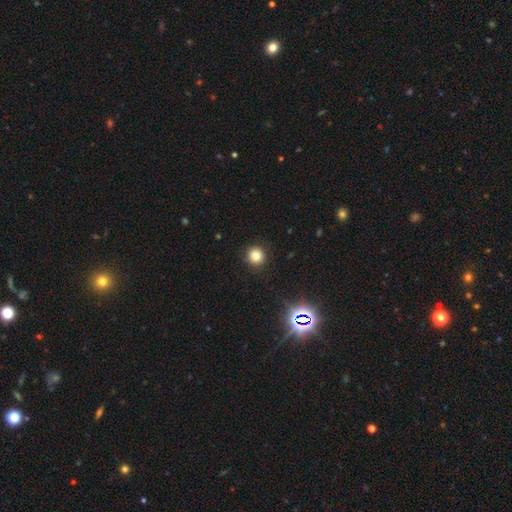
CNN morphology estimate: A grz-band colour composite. It shows a smooth galaxy with no disk features (80%) that is round (92%). Merging: none (90%).